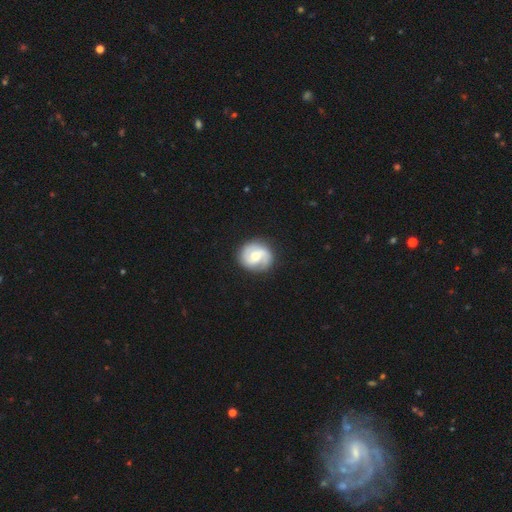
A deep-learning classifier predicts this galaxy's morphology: This is likely a featured or disk galaxy (72%). It is clearly not viewed edge-on (98%). Bar: possibly no (47%). Spiral arm pattern: clearly yes (93%). Spiral arm count: likely 2 (80%). Spiral winding: possibly medium (45%). Central bulge: likely moderate (61%). Merging: clearly none (83%).